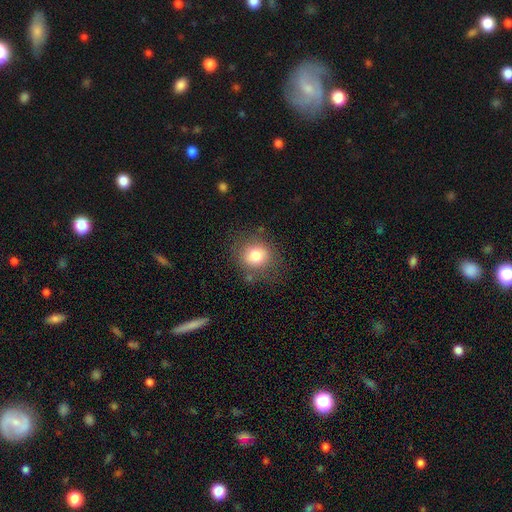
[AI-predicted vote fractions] Smooth or featured: smooth — 77% (featured or disk — 12%)
How rounded: round — 80% (in between — 19%)
Merging: none — 75% (minor disturbance — 15%)